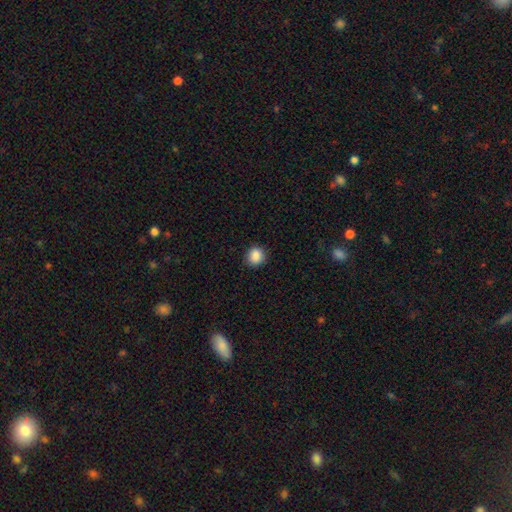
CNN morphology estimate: Smooth or featured? Predicted: smooth (p=0.88). How rounded? Predicted: round (p=0.82). Merging? Predicted: none (p=0.88).